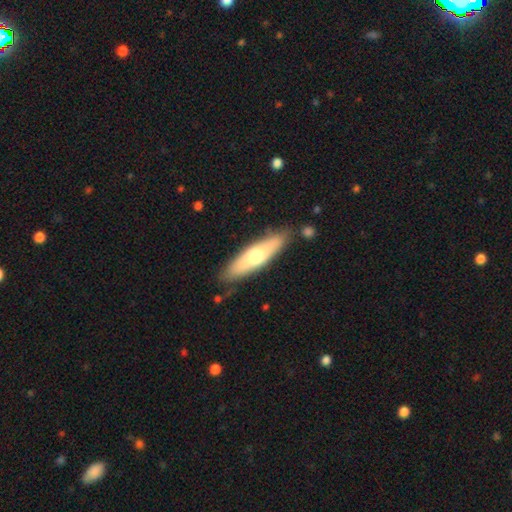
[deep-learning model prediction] smooth 57%, featured or disk 38%, star or artifact 5%. Down the decision tree: how rounded — cigar-shaped (67%); merging — none (81%).